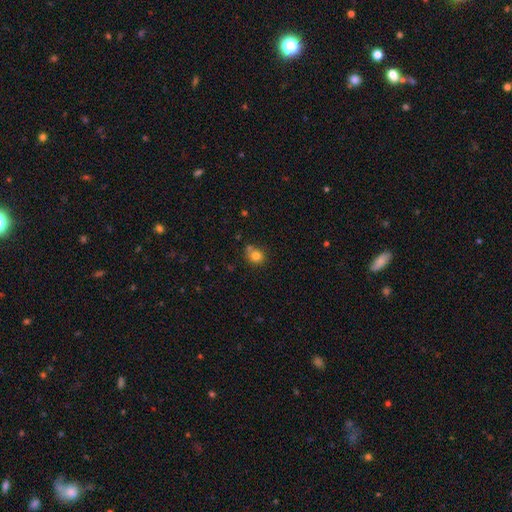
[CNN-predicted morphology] Overall: smooth (80%). How rounded: round (82%). Merging: none (61%).